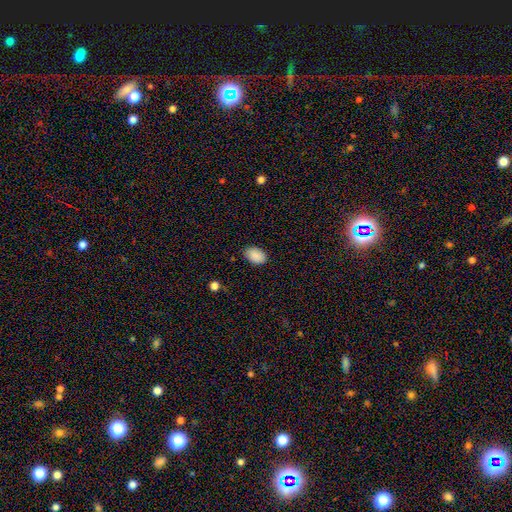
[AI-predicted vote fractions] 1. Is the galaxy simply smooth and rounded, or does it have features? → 89% smooth, 7% star or artifact, 3% featured or disk.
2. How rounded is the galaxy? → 87% in between, 12% round, 1% cigar-shaped.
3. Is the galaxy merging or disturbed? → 85% none, 12% minor disturbance, 2% major disturbance, 1% merger.